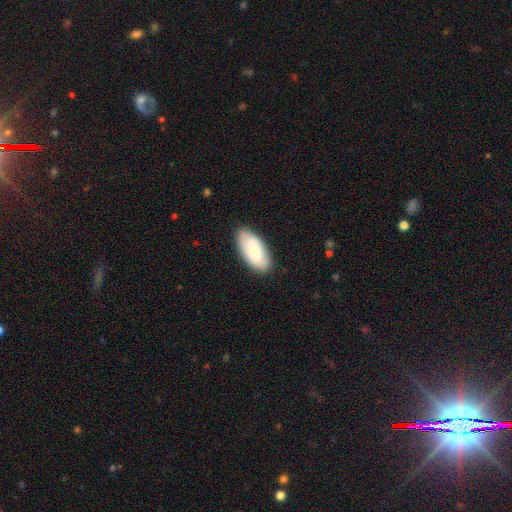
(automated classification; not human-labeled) smooth-or-featured: smooth: 77% | featured or disk: 17% | star or artifact: 6%
  how-rounded: in between: 91% | cigar-shaped: 7% | round: 2%
  merging: none: 83% | minor disturbance: 13% | major disturbance: 3% | merger: 1%